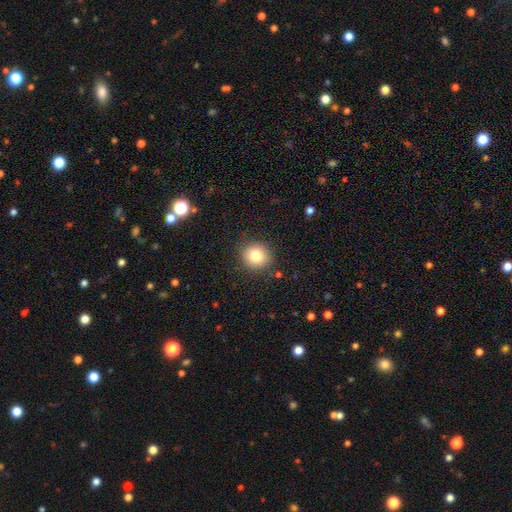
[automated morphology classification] The model was most divided on "smooth or featured": smooth: 81%, star or artifact: 11%, featured or disk: 8%. More confident: how rounded — round (90%); merging — none (88%).